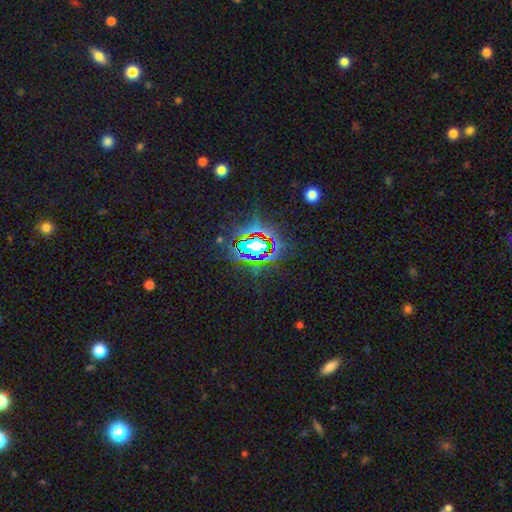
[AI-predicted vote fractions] The model was most divided on "smooth or featured": star or artifact: 75%, smooth: 14%, featured or disk: 11%.